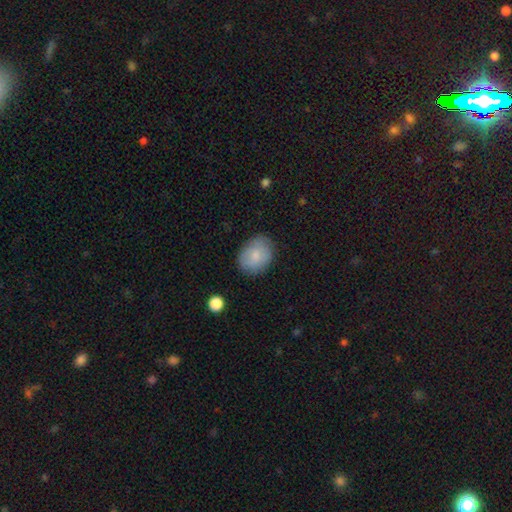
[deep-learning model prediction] Smooth or featured? Predicted: smooth (p=0.79). How rounded? Predicted: in between (p=0.58). Merging? Predicted: none (p=0.78).